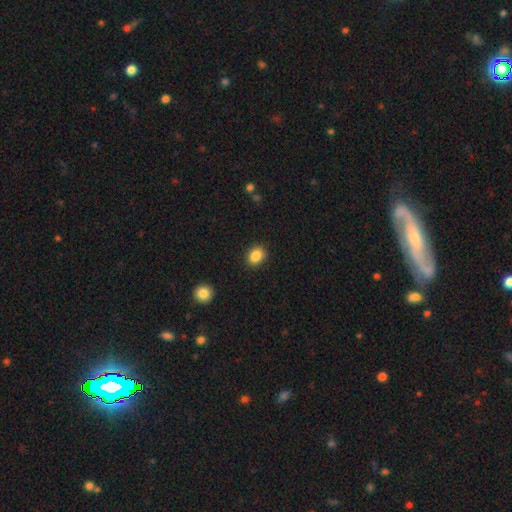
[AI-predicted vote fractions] Morphology: type=smooth (86%); roundness=in between (55%); merging=none (88%).